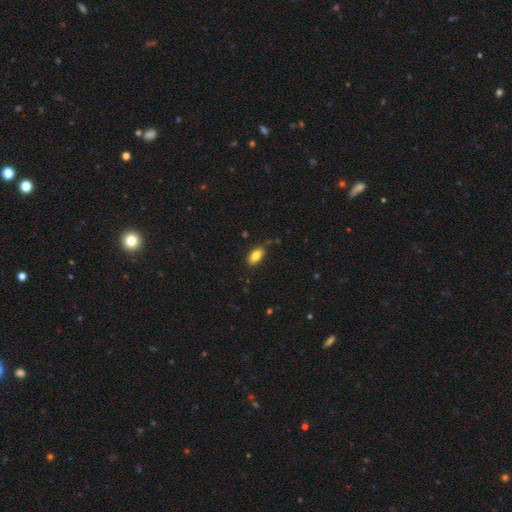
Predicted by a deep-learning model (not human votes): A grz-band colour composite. It shows a smooth galaxy with no disk features (84%) that is in between round and cigar-shaped (91%). Merging: none (81%).